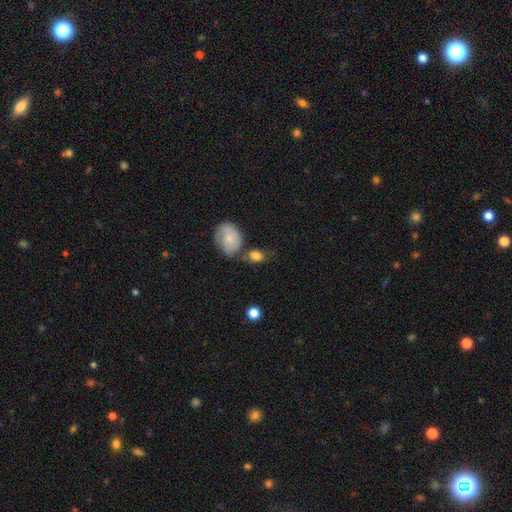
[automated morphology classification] Smooth or featured? Predicted: smooth (p=0.72). How rounded? Predicted: in between (p=0.67). Merging? Predicted: none (p=0.51).